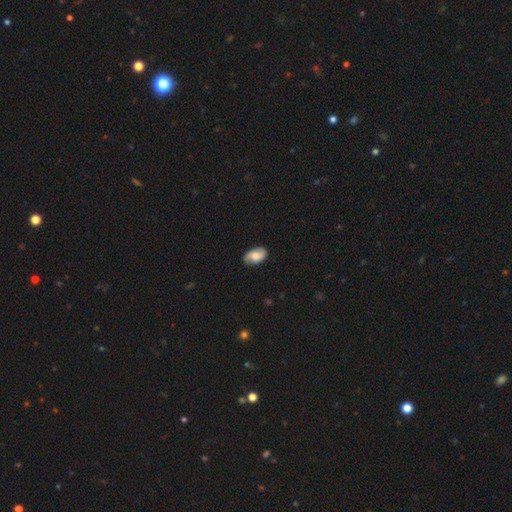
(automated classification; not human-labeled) A smooth galaxy with no disk features (53%) that is in between round and cigar-shaped (92%). Merging: none (79%).